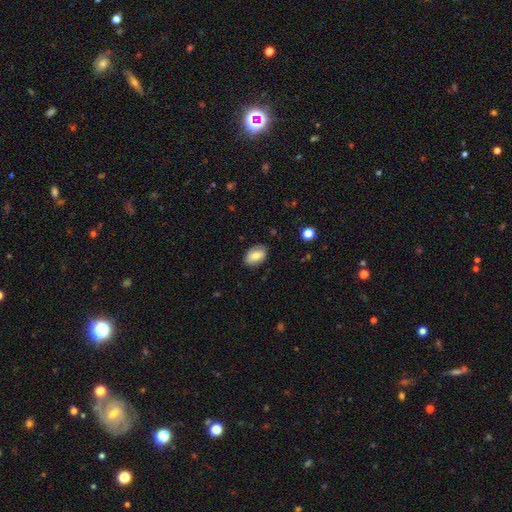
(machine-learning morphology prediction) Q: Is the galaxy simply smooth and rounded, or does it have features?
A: smooth — 78%.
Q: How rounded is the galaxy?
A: in between — 89%.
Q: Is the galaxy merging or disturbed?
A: none — 85%.